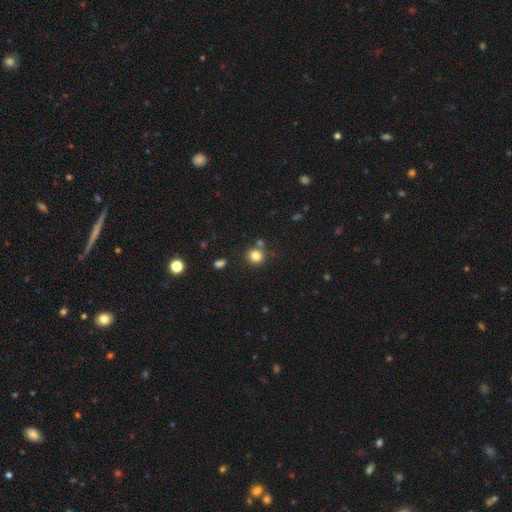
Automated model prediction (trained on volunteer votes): Overall: smooth (81%). How rounded: round (89%). Merging: none (76%).